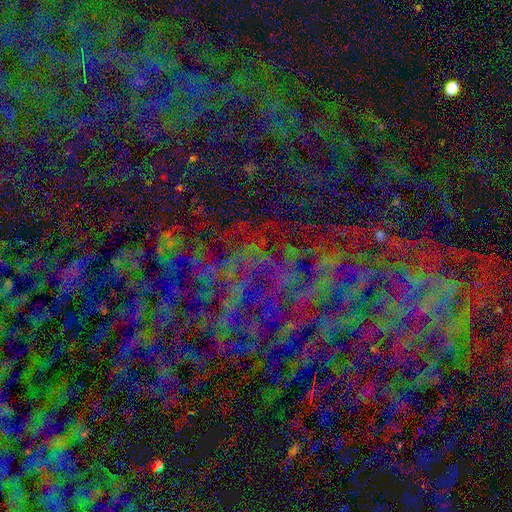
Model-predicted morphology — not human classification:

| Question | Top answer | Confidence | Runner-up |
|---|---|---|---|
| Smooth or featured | star or artifact | 79% | smooth (11%) |